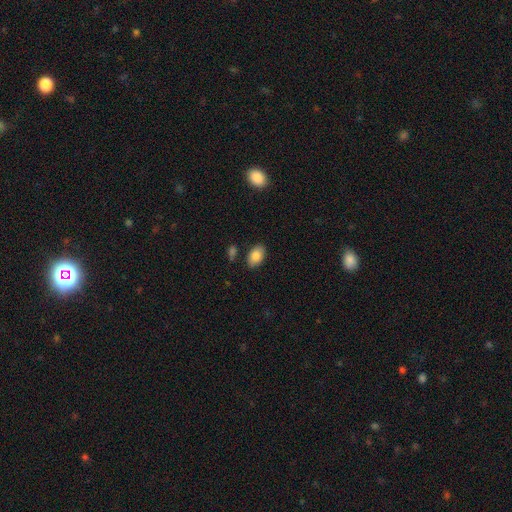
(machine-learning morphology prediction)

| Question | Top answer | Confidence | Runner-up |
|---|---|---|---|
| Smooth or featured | smooth | 84% | featured or disk (8%) |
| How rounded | in between | 90% | round (8%) |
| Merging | none | 83% | minor disturbance (12%) |